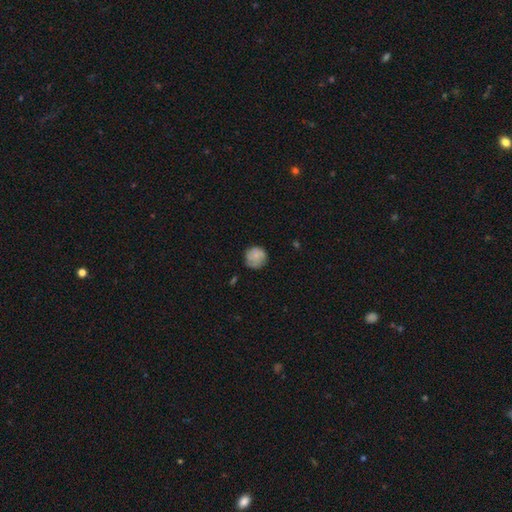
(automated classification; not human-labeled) Q: Smooth or featured?
A: smooth (69%); runner-up: featured or disk (22%)
Q: How rounded?
A: round (87%); runner-up: in between (12%)
Q: Merging?
A: none (69%); runner-up: minor disturbance (22%)